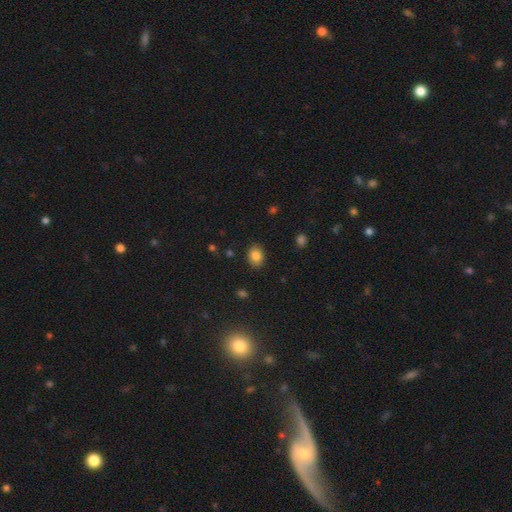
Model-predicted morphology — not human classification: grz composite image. It shows a smooth galaxy with no disk features (84%) that is in between round and cigar-shaped (58%). Merging: none (85%).